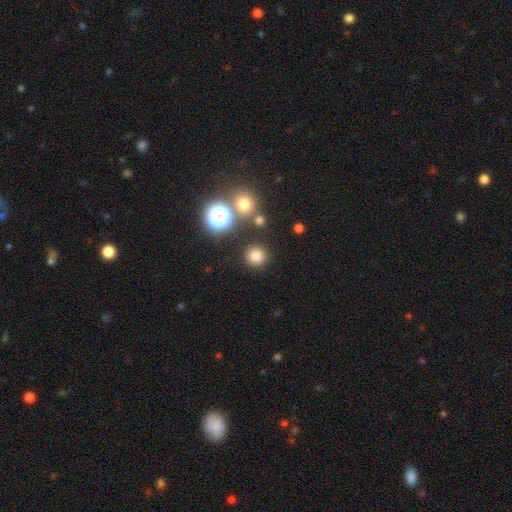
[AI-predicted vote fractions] Morphology: type=smooth (78%); roundness=round (94%); merging=none (86%).